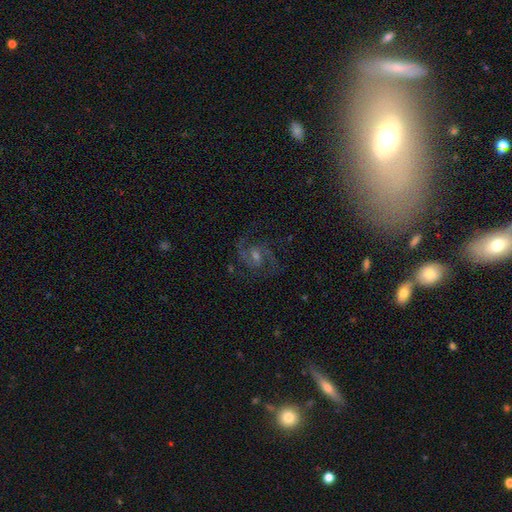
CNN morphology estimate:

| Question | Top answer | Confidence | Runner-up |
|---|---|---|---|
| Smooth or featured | featured or disk | 82% | star or artifact (11%) |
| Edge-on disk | no | 98% | yes (2%) |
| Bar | weak | 46% | no (41%) |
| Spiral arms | yes | 97% | no (3%) |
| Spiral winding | medium | 61% | loose (21%) |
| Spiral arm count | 2 | 88% | can't tell (4%) |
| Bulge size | moderate | 47% | small (41%) |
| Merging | none | 78% | minor disturbance (13%) |